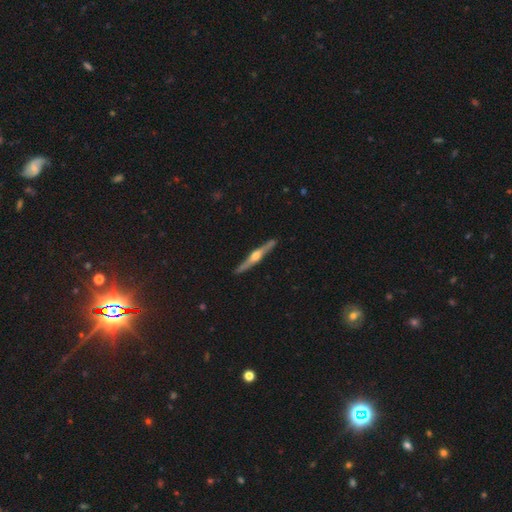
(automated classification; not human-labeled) Smooth or featured? featured or disk (76%)
Edge-on disk? yes (98%)
Edge-on bulge? rounded (93%)
Merging? none (90%)